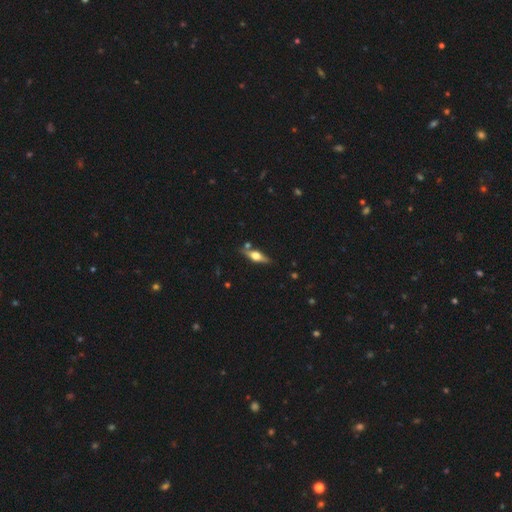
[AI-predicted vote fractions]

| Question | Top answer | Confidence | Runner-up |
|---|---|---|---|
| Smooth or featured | featured or disk | 63% | smooth (30%) |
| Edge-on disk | yes | 94% | no (6%) |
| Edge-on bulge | rounded | 94% | boxy (4%) |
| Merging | none | 81% | minor disturbance (11%) |